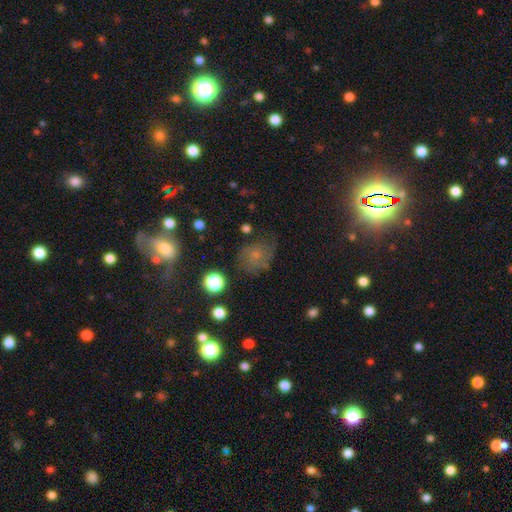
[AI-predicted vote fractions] A smooth galaxy with no disk features (55%) that is round (64%). Merging: none (56%).